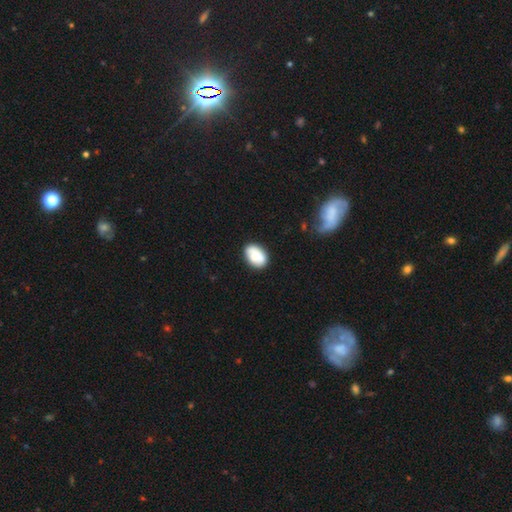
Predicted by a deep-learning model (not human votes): A smooth galaxy with no disk features (68%) that is in between round and cigar-shaped (83%).

Vote fractions:
- Smooth or featured? smooth: 68% / featured or disk: 25% / star or artifact: 7%
- How rounded? in between: 83% / round: 16% / cigar-shaped: 1%
- Merging? none: 72% / minor disturbance: 18% / merger: 6% / major disturbance: 4%